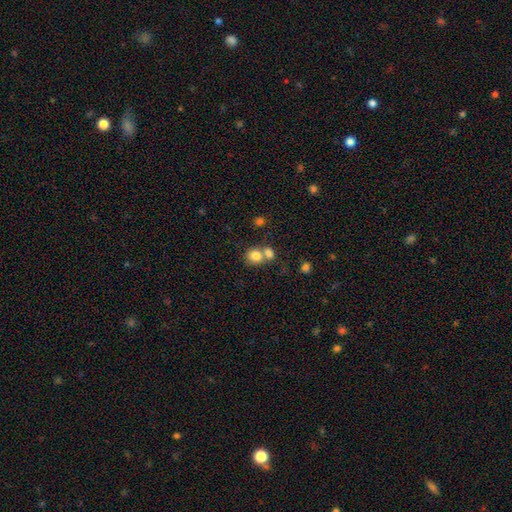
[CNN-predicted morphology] Smooth or featured? smooth (81%)
How rounded? round (74%)
Merging? merger (47%)